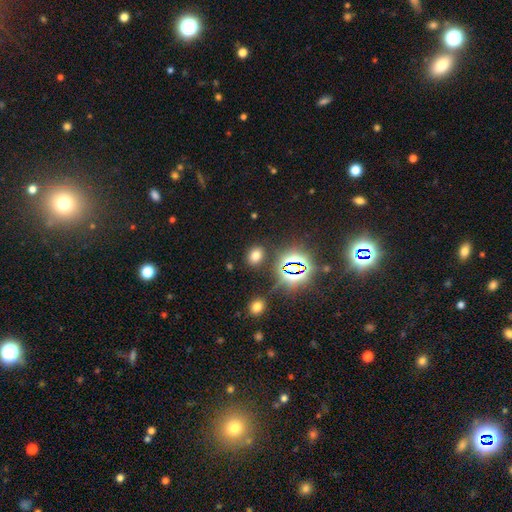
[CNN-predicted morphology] Smooth or featured? smooth (64%)
How rounded? in between (66%)
Merging? none (85%)